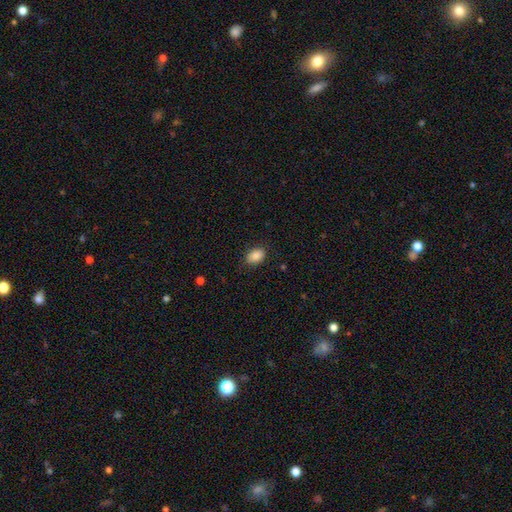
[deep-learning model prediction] smooth-or-featured: smooth: 87% | star or artifact: 8% | featured or disk: 5%
  how-rounded: in between: 83% | round: 16% | cigar-shaped: 1%
  merging: none: 84% | minor disturbance: 12% | major disturbance: 3% | merger: 1%